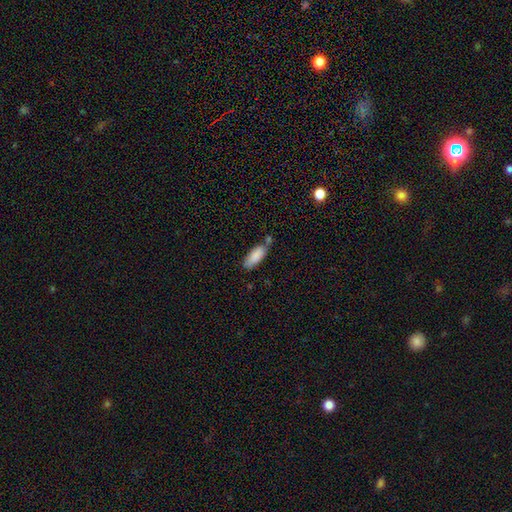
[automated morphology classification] A smooth galaxy with no disk features (86%) that is in between round and cigar-shaped (76%). Merging: none (55%).